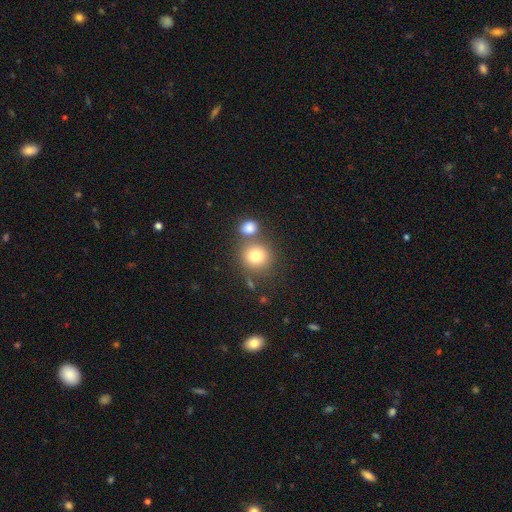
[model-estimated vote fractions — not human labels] Overall: smooth (78%). How rounded: round (88%). Merging: none (62%; merger 25%).